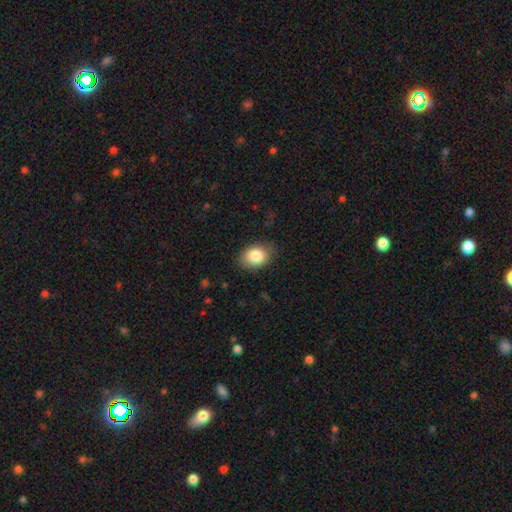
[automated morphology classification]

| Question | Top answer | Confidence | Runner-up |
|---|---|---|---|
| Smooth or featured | smooth | 85% | star or artifact (8%) |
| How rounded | in between | 72% | round (27%) |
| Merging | none | 81% | minor disturbance (15%) |